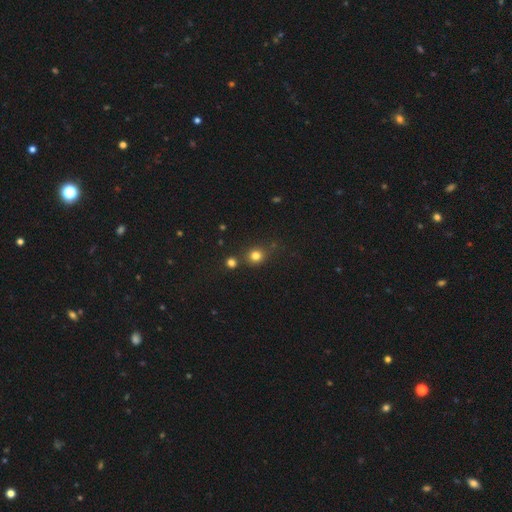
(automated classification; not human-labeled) Smooth or featured?
  - smooth: 78% *
  - star or artifact: 15%
  - featured or disk: 6%
How rounded?
  - round: 85% *
  - in between: 15%
  - cigar-shaped: 1%
Merging?
  - none: 74% *
  - merger: 11%
  - minor disturbance: 11%
  - major disturbance: 4%